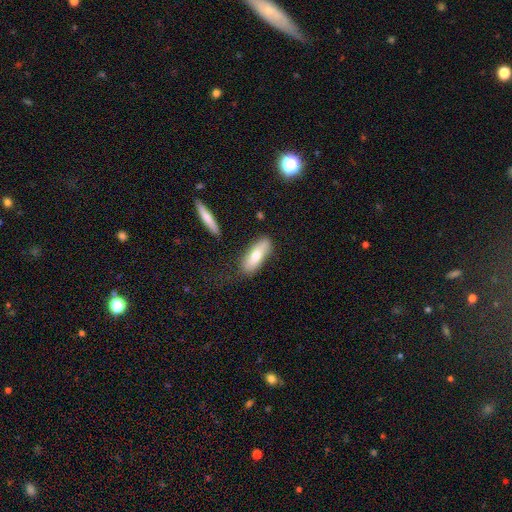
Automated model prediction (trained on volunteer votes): Q: Smooth or featured?
A: smooth (71%); runner-up: featured or disk (23%)
Q: How rounded?
A: in between (63%); runner-up: cigar-shaped (35%)
Q: Merging?
A: none (74%); runner-up: minor disturbance (18%)